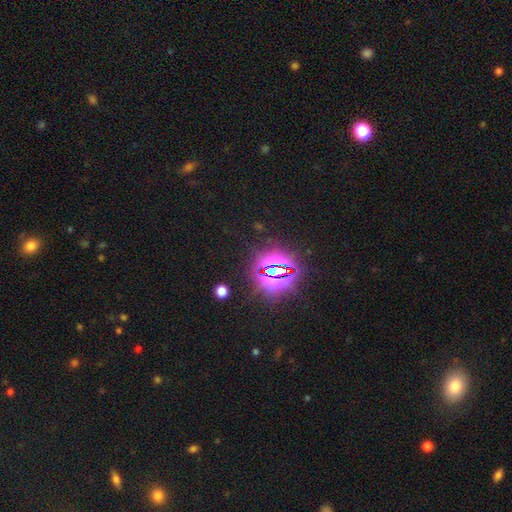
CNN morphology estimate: Q: Smooth or featured?
A: star or artifact (83%); runner-up: smooth (11%)